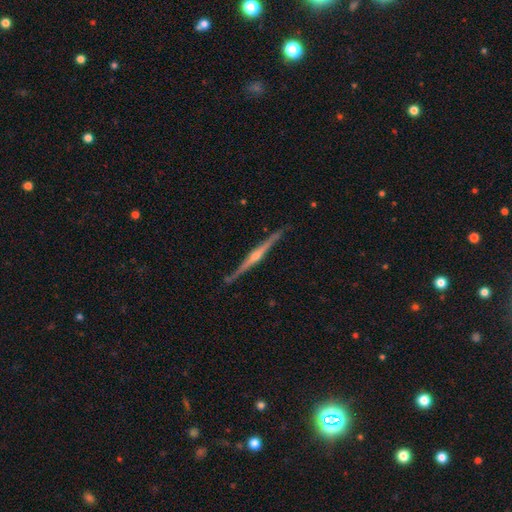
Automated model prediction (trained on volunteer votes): Morphology: type=featured or disk (86%); edge-on=yes (99%); edge-on bulge=rounded (87%); merging=none (89%).